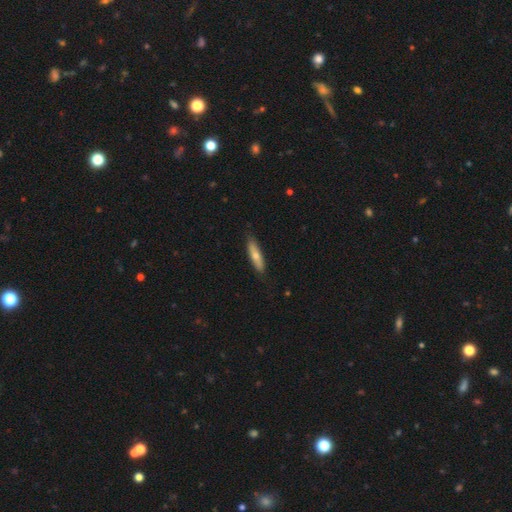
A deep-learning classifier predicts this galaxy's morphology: Smooth or featured? smooth (62%)
How rounded? cigar-shaped (72%)
Merging? none (83%)